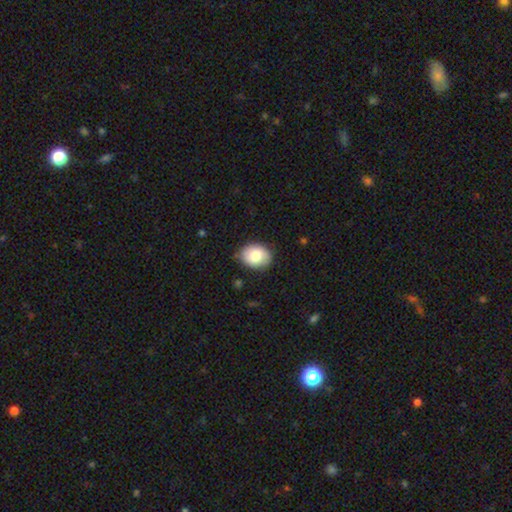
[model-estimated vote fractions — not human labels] Smooth or featured? smooth (80%)
How rounded? in between (63%)
Merging? none (81%)